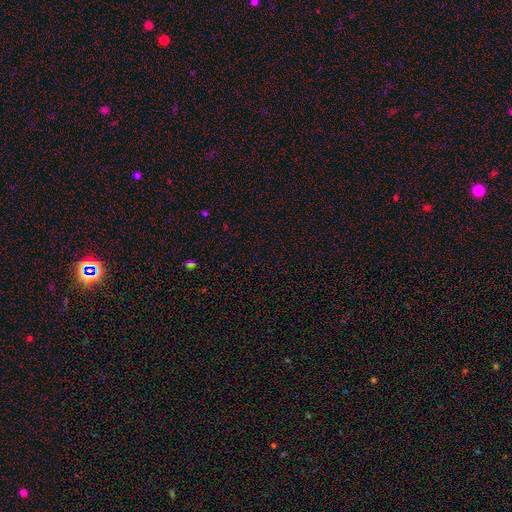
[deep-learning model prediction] A star or artifact, not a galaxy (68%).

Vote fractions:
- Smooth or featured? star or artifact: 68% / smooth: 25% / featured or disk: 7%